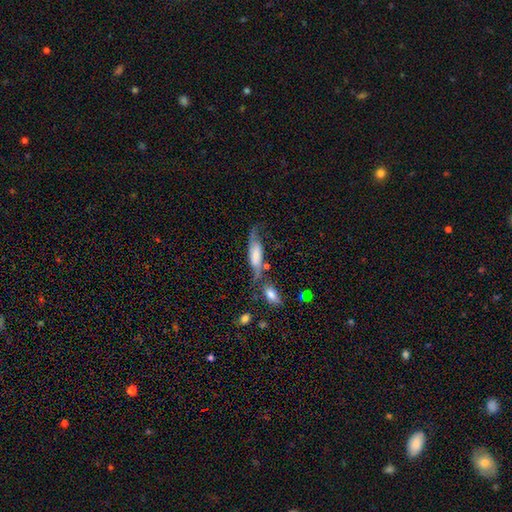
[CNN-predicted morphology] featured or disk 54%, smooth 38%, star or artifact 8%. Down the decision tree: edge-on disk — no (73%); merging — none (43%).